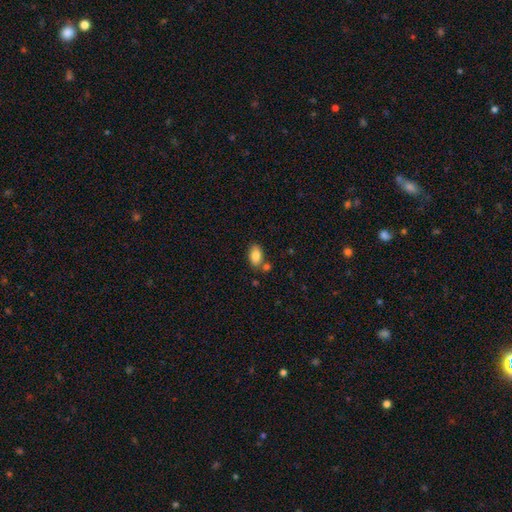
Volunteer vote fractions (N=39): Smooth or featured: smooth — 85% (star or artifact — 10%)
How rounded: in between — 91% (round — 9%)
Merging: none — 60% (minor disturbance — 26%)